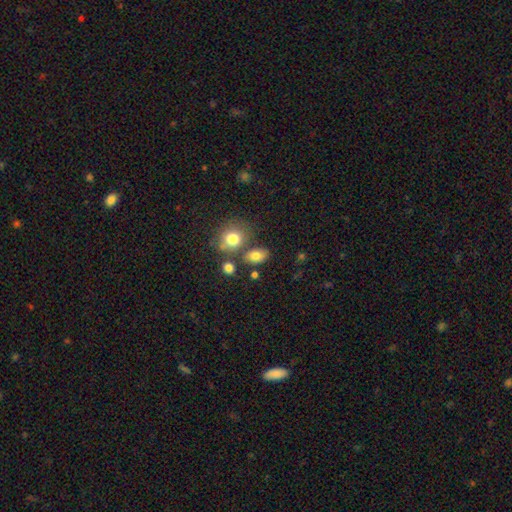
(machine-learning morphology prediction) Q: Smooth or featured?
A: smooth (80%); runner-up: star or artifact (11%)
Q: How rounded?
A: in between (78%); runner-up: round (20%)
Q: Merging?
A: none (68%); runner-up: merger (14%)